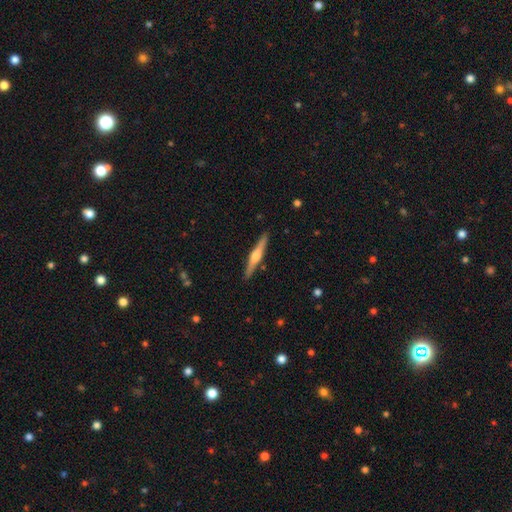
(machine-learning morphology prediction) featured or disk 67%, smooth 28%, star or artifact 5%. Down the decision tree: edge-on disk — yes (98%); edge-on bulge — rounded (84%); merging — none (90%).